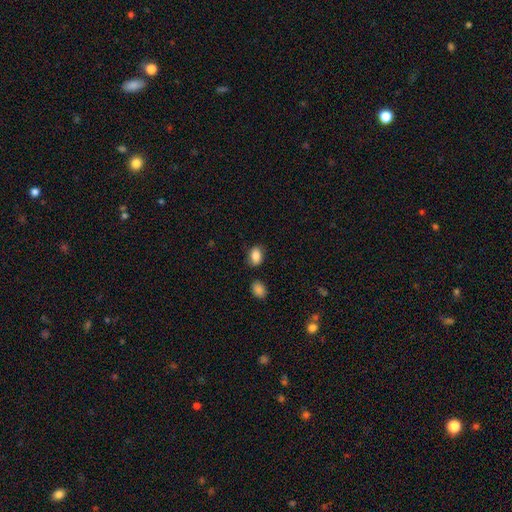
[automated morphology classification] This appears to be a smooth galaxy with no disk features (85%) that is in between round and cigar-shaped (80%). Merging: none (80%).